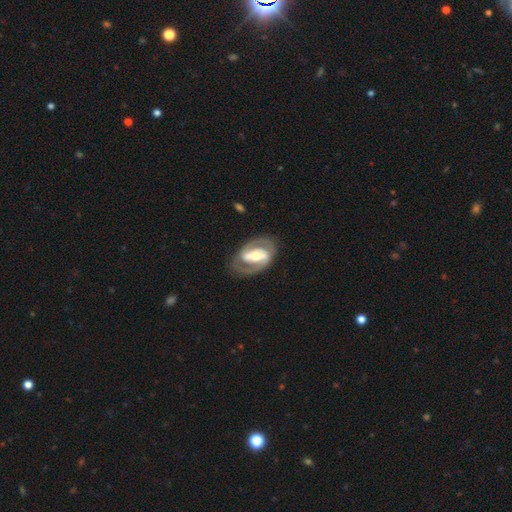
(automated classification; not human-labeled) featured or disk 85%, smooth 11%, star or artifact 4%. Down the decision tree: edge-on disk — no (96%); bar — strong (61%); spiral arms — yes (87%); spiral arm count — 2 (89%); spiral winding — medium (49%); bulge size — moderate (60%); merging — none (80%).